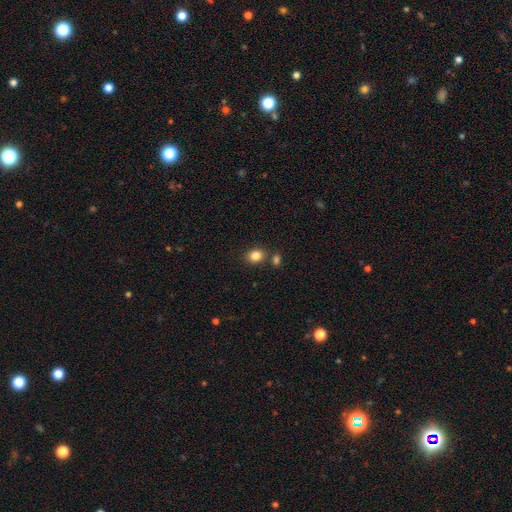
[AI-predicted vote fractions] Smooth or featured? smooth (85%)
How rounded? in between (52%)
Merging? none (74%)